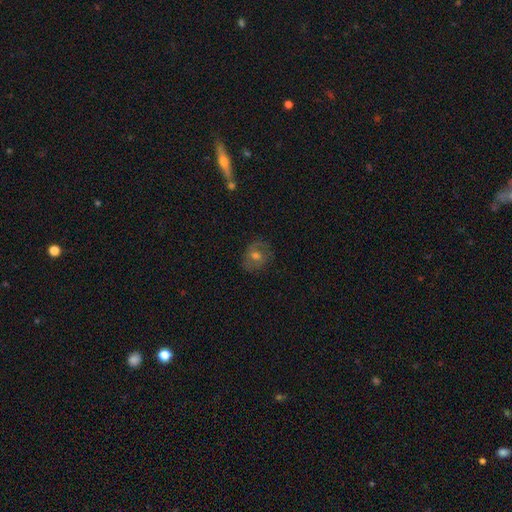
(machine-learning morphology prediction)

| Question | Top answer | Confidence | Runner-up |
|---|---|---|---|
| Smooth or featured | smooth | 47% | featured or disk (40%) |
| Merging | none | 76% | minor disturbance (16%) |